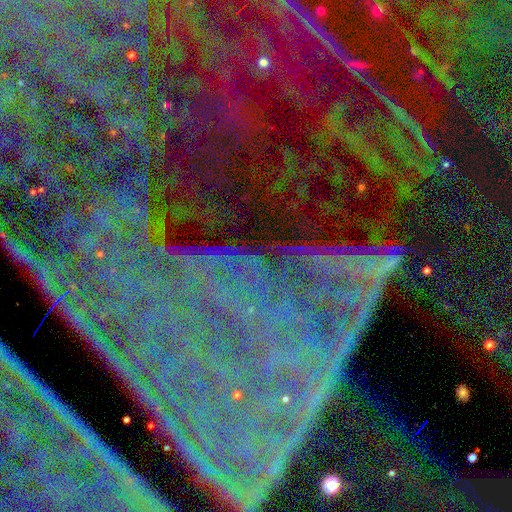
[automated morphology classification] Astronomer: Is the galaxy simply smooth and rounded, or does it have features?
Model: star or artifact — 84%.